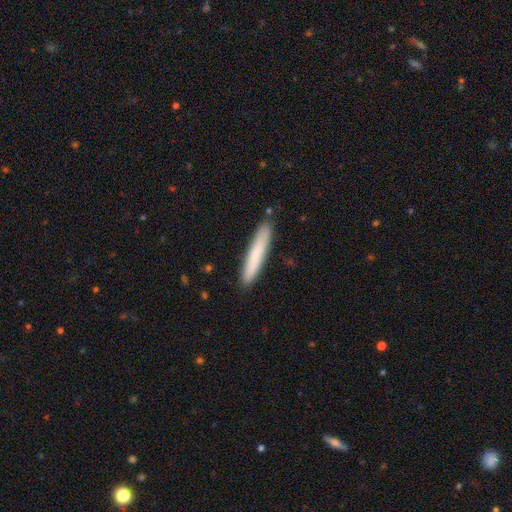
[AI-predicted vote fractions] smooth_or_featured: smooth (p=0.76) [alt: featured or disk p=0.18]
how_rounded: cigar-shaped (p=0.93) [alt: in between p=0.06]
merging: none (p=0.87) [alt: minor disturbance p=0.09]